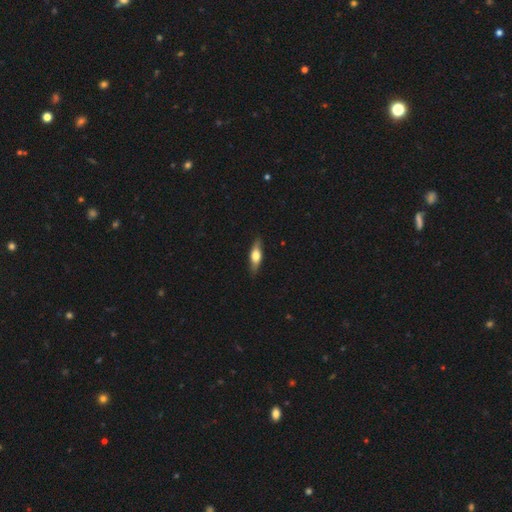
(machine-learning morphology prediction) A smooth galaxy with no disk features (52%) that is cigar-shaped (48%, tied with in between). Merging: none (86%).